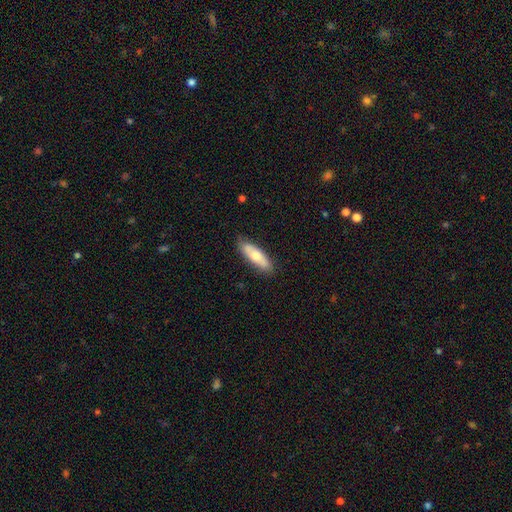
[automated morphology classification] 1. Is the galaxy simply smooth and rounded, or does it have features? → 62% smooth, 33% featured or disk, 5% star or artifact.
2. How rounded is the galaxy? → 54% in between, 44% cigar-shaped, 2% round.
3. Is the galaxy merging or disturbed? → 84% none, 13% minor disturbance, 2% major disturbance, 1% merger.